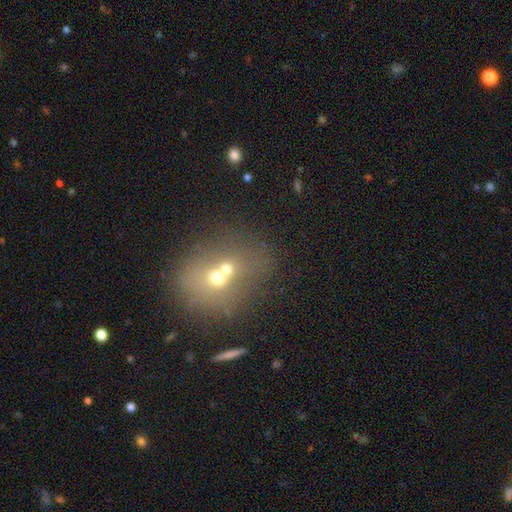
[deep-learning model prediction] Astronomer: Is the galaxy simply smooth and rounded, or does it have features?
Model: smooth — 47% (runner-up: star or artifact, 31%).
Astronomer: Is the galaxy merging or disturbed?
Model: none — 45% (runner-up: merger, 36%).